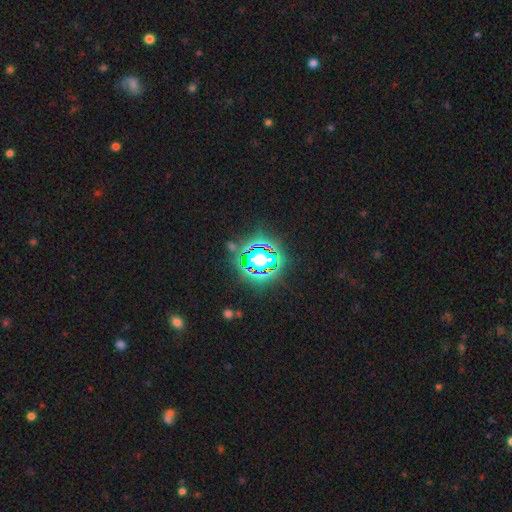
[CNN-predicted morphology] This is clearly a star or artifact rather than a galaxy (81%).